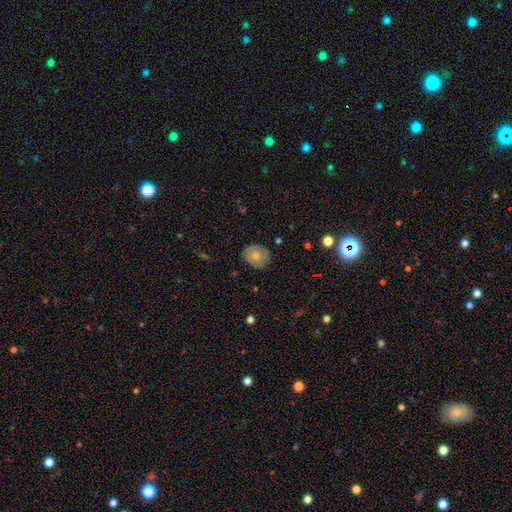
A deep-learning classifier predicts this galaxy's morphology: Smooth or featured? smooth (70%)
How rounded? round (72%)
Merging? none (81%)